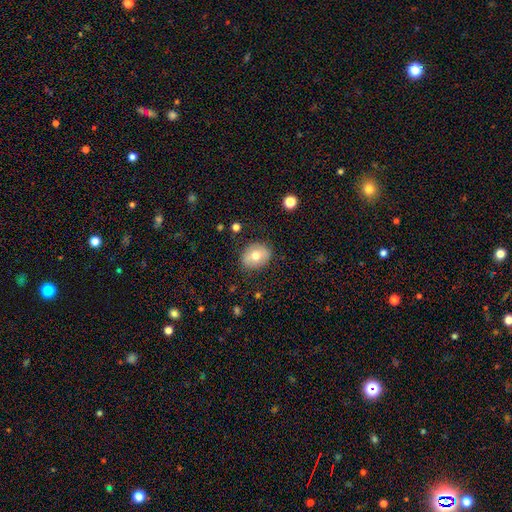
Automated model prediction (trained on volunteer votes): Smooth or featured?
  - smooth: 67% *
  - featured or disk: 25%
  - star or artifact: 8%
How rounded?
  - round: 55% *
  - in between: 44%
  - cigar-shaped: 1%
Merging?
  - none: 83% *
  - minor disturbance: 13%
  - major disturbance: 3%
  - merger: 1%